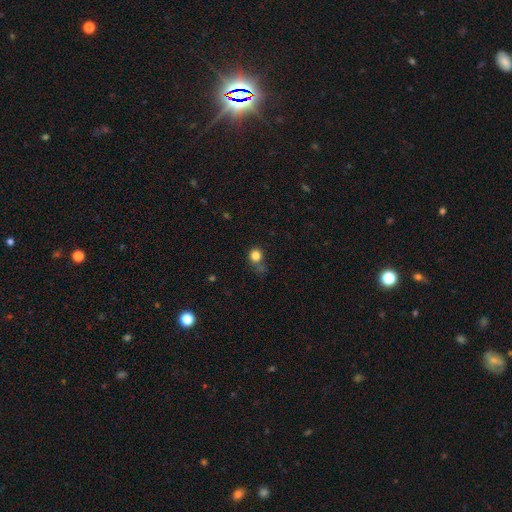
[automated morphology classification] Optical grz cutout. It shows a smooth galaxy with no disk features (82%) that is round (81%). Merging: none (50%).